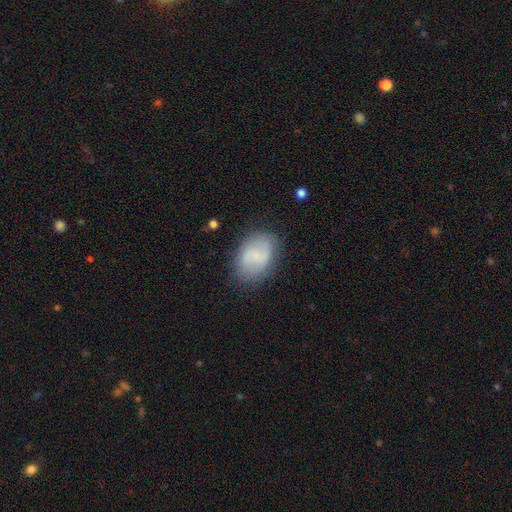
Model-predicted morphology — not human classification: smooth_or_featured: smooth (p=0.58) [alt: featured or disk p=0.34]
how_rounded: in between (p=0.80) [alt: round p=0.19]
merging: none (p=0.75) [alt: minor disturbance p=0.18]